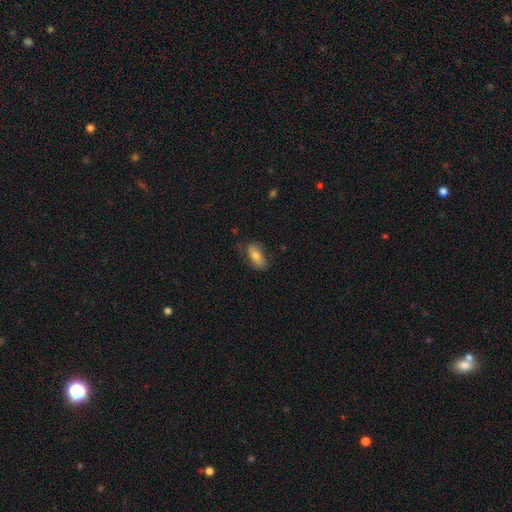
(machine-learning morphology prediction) smooth_or_featured: smooth (p=0.71) [alt: featured or disk p=0.22]
how_rounded: in between (p=0.88) [alt: cigar-shaped p=0.08]
merging: none (p=0.70) [alt: minor disturbance p=0.22]